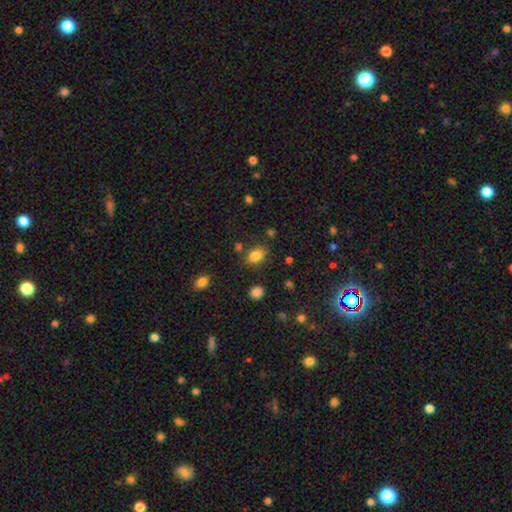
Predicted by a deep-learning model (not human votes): Smooth or featured? Predicted: smooth (p=0.83). How rounded? Predicted: in between (p=0.80). Merging? Predicted: none (p=0.77).